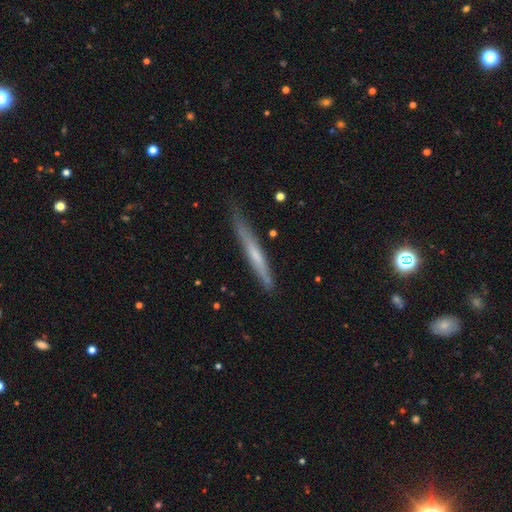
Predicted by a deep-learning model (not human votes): Morphology: type=featured or disk (49%); merging=none (77%).